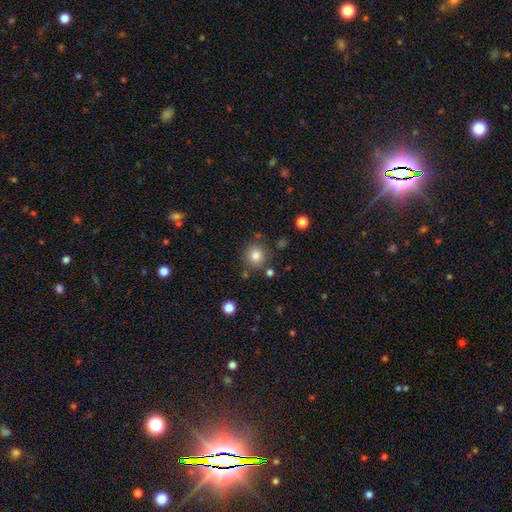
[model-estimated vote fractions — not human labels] This is clearly a smooth galaxy (82%). How rounded: clearly round (91%). Merging: likely none (80%).